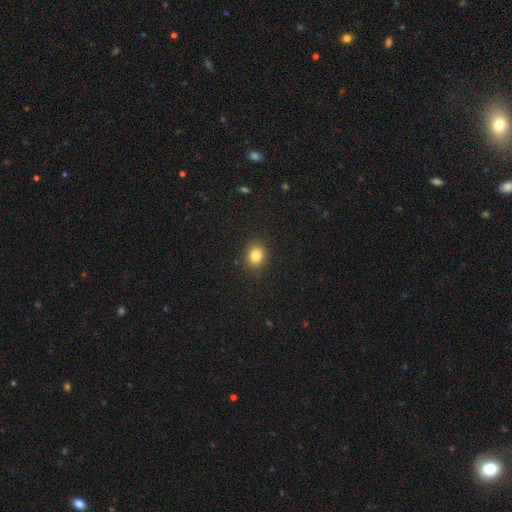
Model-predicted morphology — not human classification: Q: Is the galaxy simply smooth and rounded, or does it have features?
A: smooth — 82%.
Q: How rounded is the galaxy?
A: round — 64%.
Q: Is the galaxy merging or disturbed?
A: none — 88%.